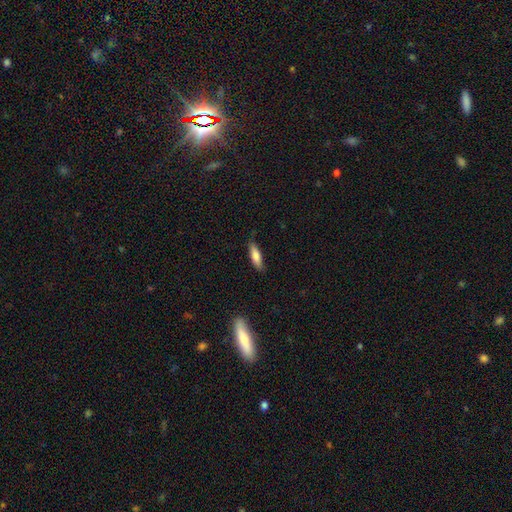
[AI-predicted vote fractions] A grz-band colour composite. It shows a smooth galaxy with no disk features (78%) that is cigar-shaped (54%). Merging: none (81%).